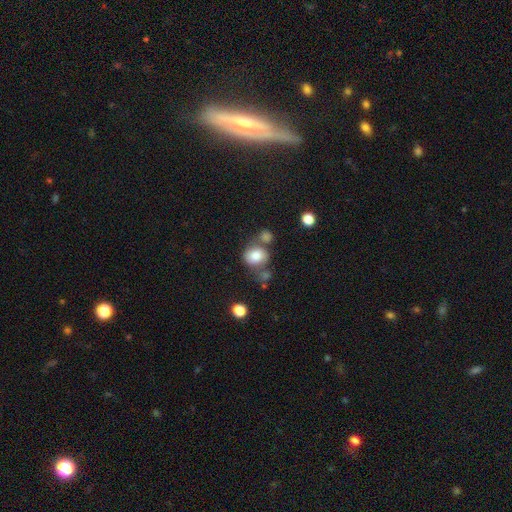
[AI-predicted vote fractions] A smooth galaxy with no disk features (77%) that is round (63%). Merging: none (45%).